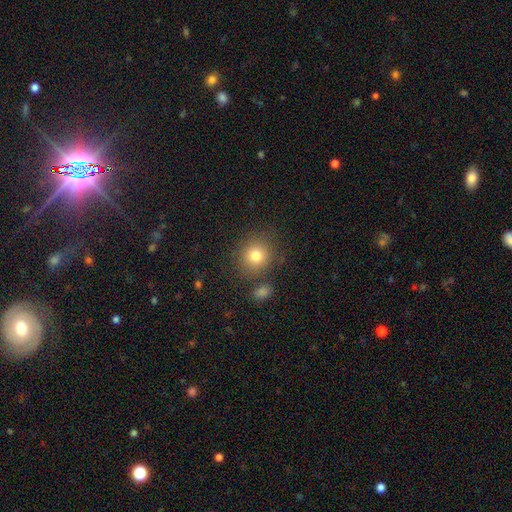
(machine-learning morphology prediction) A smooth galaxy with no disk features (78%) that is round (86%).

Vote fractions:
- Smooth or featured? smooth: 78% / star or artifact: 12% / featured or disk: 9%
- How rounded? round: 86% / in between: 13% / cigar-shaped: 1%
- Merging? none: 80% / minor disturbance: 10% / merger: 6% / major disturbance: 4%